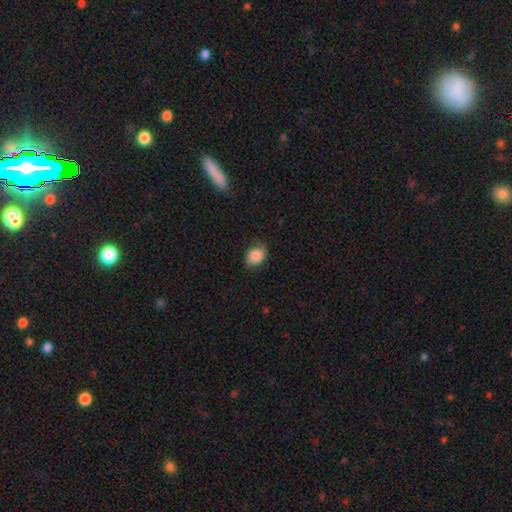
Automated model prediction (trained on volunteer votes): Smooth or featured? smooth (86%)
How rounded? in between (66%)
Merging? none (76%)